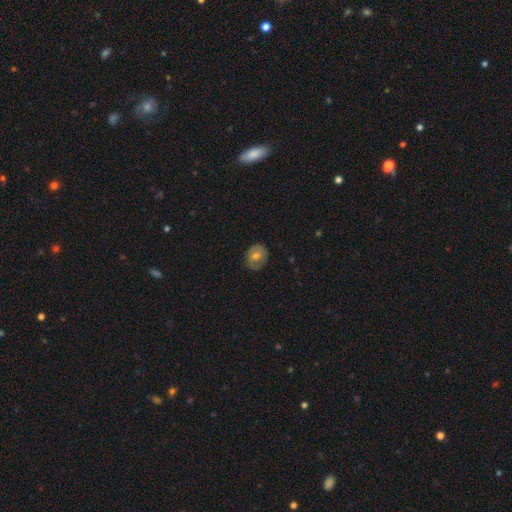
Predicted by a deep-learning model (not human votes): A smooth galaxy with no disk features (59%) that is round (57%).

Vote fractions:
- Smooth or featured? smooth: 59% / featured or disk: 32% / star or artifact: 9%
- How rounded? round: 57% / in between: 42% / cigar-shaped: 1%
- Merging? none: 81% / minor disturbance: 15% / major disturbance: 3% / merger: 1%